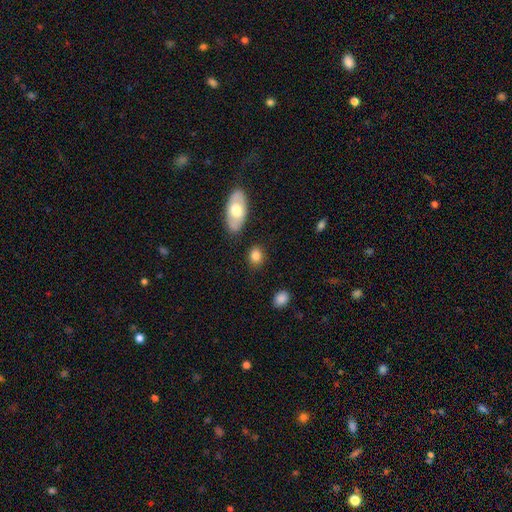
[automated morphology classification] Overall: smooth (80%). How rounded: in between (55%; round 43%). Merging: none (83%).